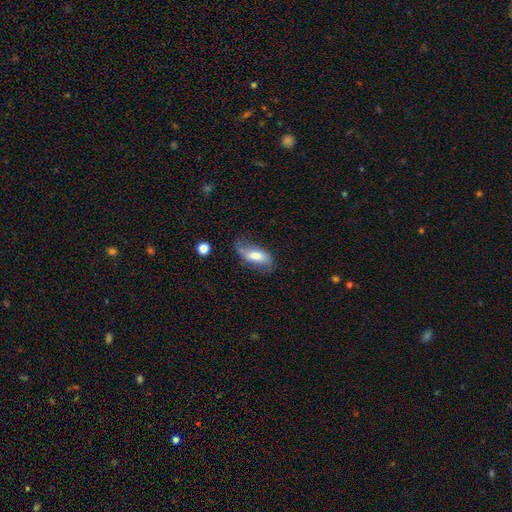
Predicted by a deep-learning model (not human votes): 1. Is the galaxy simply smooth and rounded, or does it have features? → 59% smooth, 34% featured or disk, 8% star or artifact.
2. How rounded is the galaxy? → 81% in between, 15% cigar-shaped, 4% round.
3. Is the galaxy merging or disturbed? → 51% none, 31% minor disturbance, 15% major disturbance, 3% merger.